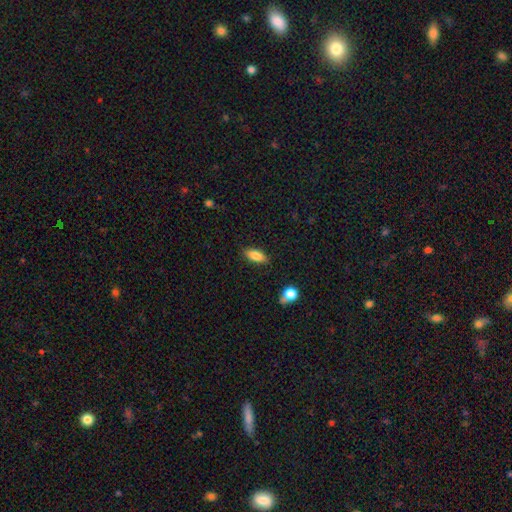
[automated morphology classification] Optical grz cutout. It shows a smooth galaxy with no disk features (82%) that is in between round and cigar-shaped (83%). Merging: none (85%).